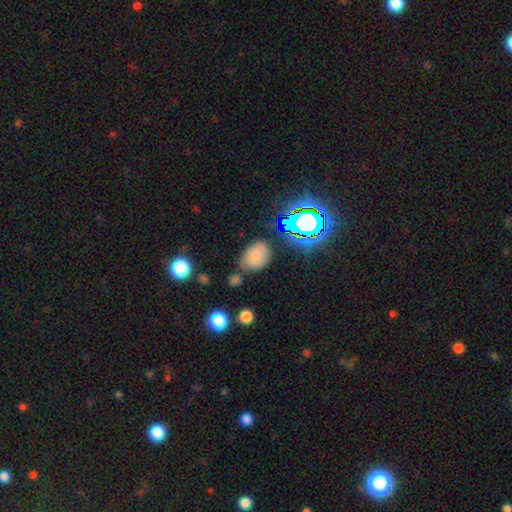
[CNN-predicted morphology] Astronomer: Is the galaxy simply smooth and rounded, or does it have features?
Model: smooth — 73%.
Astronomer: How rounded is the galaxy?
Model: in between — 77%.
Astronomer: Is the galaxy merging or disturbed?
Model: none — 64%.